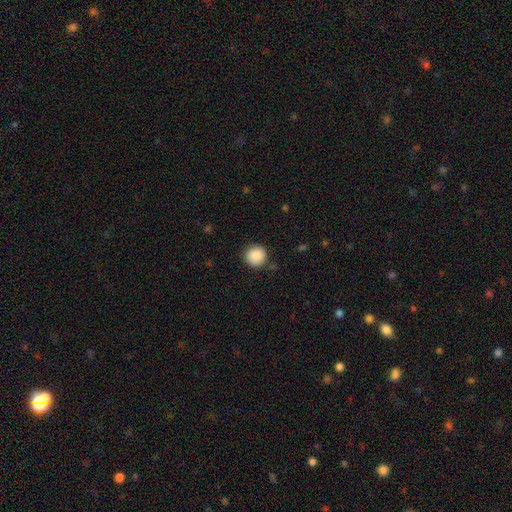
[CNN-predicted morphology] smooth_or_featured: smooth (p=0.89) [alt: star or artifact p=0.08]
how_rounded: round (p=0.94) [alt: in between p=0.05]
merging: none (p=0.88) [alt: minor disturbance p=0.08]